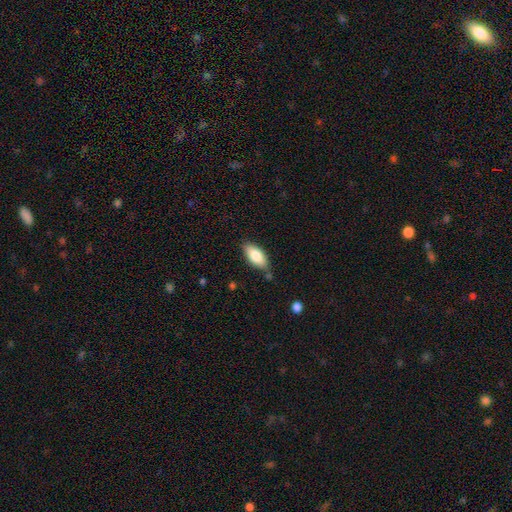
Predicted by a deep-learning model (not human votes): The model was most divided on "merging": none: 80%, minor disturbance: 14%, merger: 3%, major disturbance: 3%. More confident: how rounded — in between (88%); smooth or featured — smooth (81%).